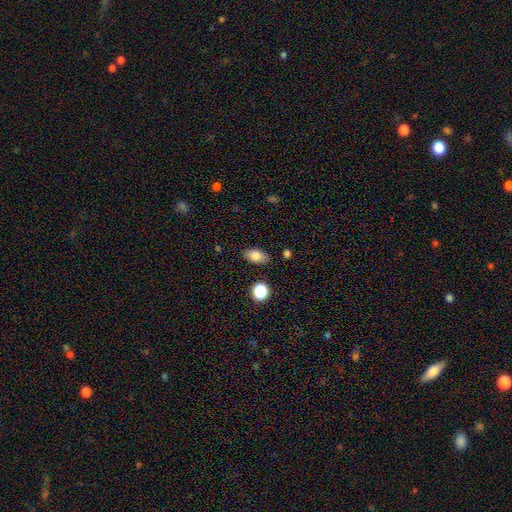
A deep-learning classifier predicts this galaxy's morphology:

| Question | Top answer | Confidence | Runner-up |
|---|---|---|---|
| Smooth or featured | smooth | 82% | featured or disk (10%) |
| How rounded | in between | 89% | round (8%) |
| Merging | none | 84% | minor disturbance (11%) |